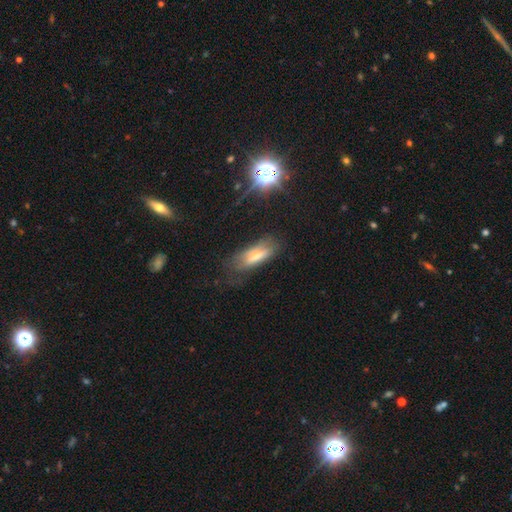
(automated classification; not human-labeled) smooth_or_featured: smooth (p=0.58) [alt: featured or disk p=0.31]
how_rounded: in between (p=0.62) [alt: cigar-shaped p=0.35]
merging: none (p=0.58) [alt: minor disturbance p=0.27]